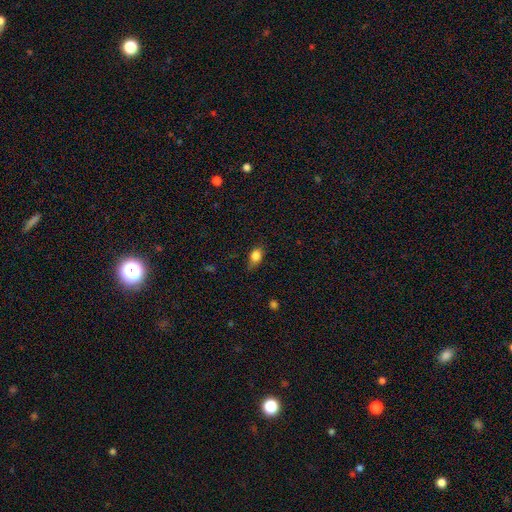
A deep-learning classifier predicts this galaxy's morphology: type=smooth (80%); roundness=in between (75%); merging=none (64%).